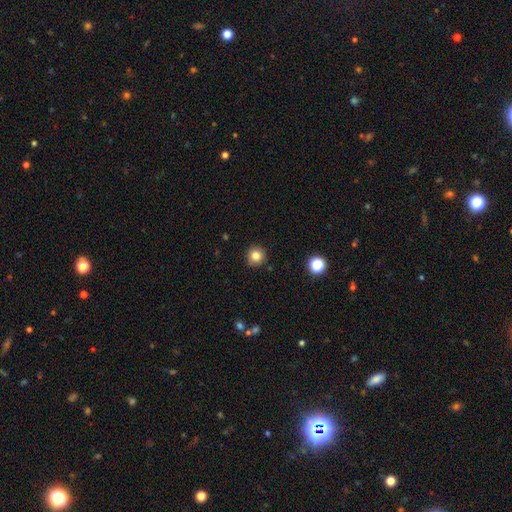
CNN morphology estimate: Overall: smooth (82%). How rounded: round (94%). Merging: none (90%).